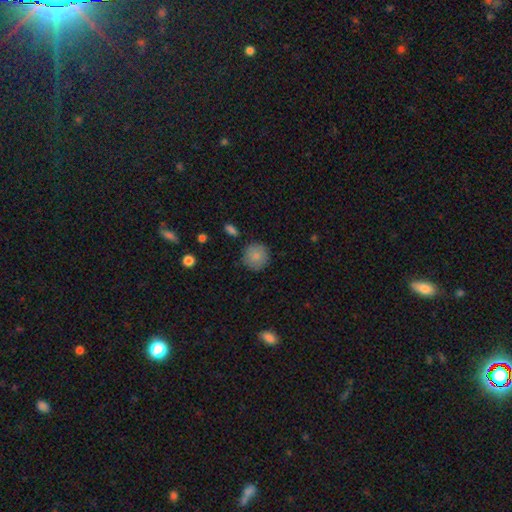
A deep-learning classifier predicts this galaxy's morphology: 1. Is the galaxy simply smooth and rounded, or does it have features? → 85% smooth, 8% star or artifact, 7% featured or disk.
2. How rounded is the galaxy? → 93% round, 6% in between, 1% cigar-shaped.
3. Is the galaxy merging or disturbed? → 84% none, 11% minor disturbance, 3% major disturbance, 2% merger.